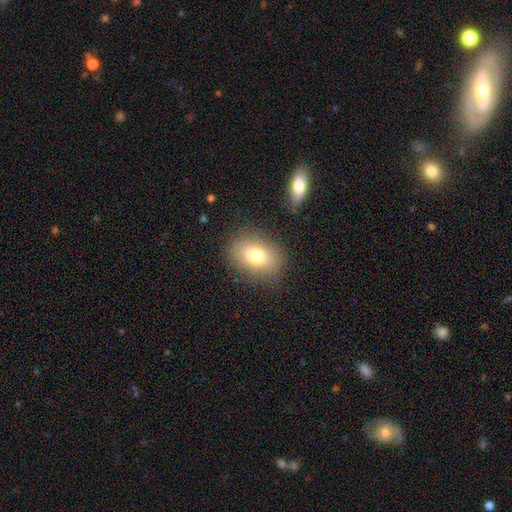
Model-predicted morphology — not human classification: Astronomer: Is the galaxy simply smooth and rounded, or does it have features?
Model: smooth — 75%.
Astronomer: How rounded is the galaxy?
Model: in between — 61% (runner-up: round, 38%).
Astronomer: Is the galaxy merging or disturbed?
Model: none — 84%.